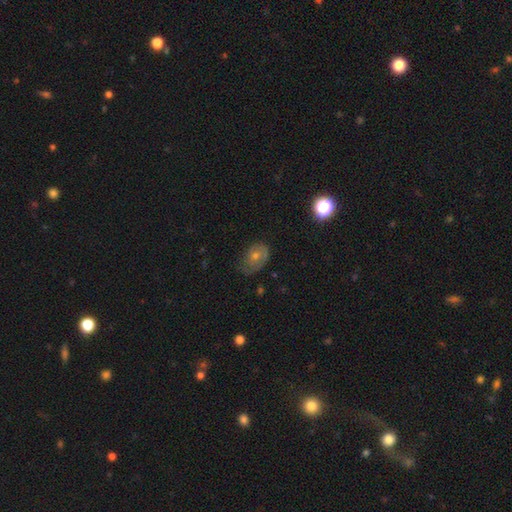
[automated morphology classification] A smooth galaxy with no disk features (43%). Merging: none (60%).